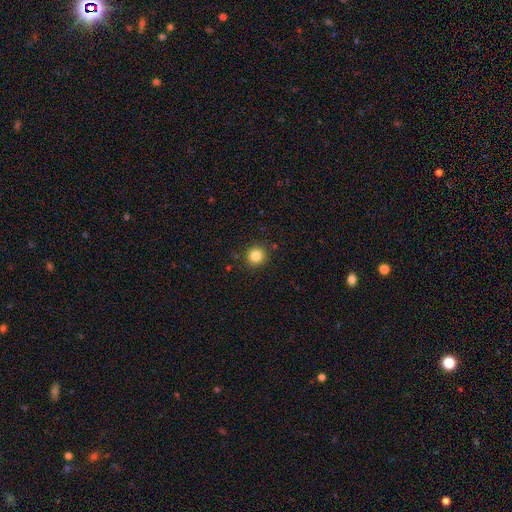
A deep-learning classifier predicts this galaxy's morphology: Smooth or featured?
  - smooth: 83% *
  - star or artifact: 12%
  - featured or disk: 5%
How rounded?
  - round: 93% *
  - in between: 6%
  - cigar-shaped: 1%
Merging?
  - none: 89% *
  - minor disturbance: 7%
  - major disturbance: 2%
  - merger: 1%